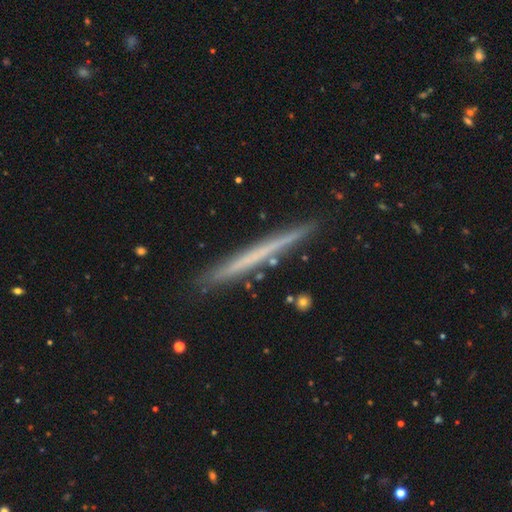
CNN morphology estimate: type=featured or disk (52%); edge-on=yes (97%); edge-on bulge=none (94%); merging=none (89%).